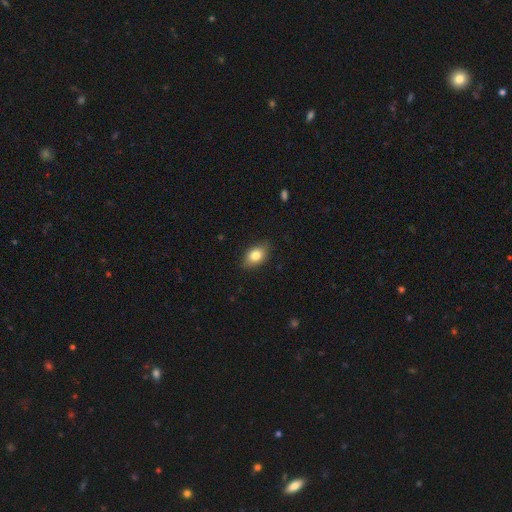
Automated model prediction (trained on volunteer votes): This is clearly a smooth galaxy (81%). How rounded: clearly in between (84%). Merging: clearly none (83%).